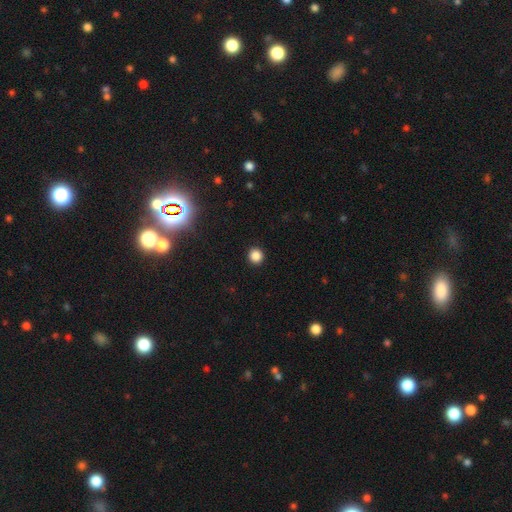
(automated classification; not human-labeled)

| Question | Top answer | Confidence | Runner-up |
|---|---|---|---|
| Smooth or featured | smooth | 84% | star or artifact (13%) |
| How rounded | round | 95% | in between (4%) |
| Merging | none | 93% | minor disturbance (4%) |